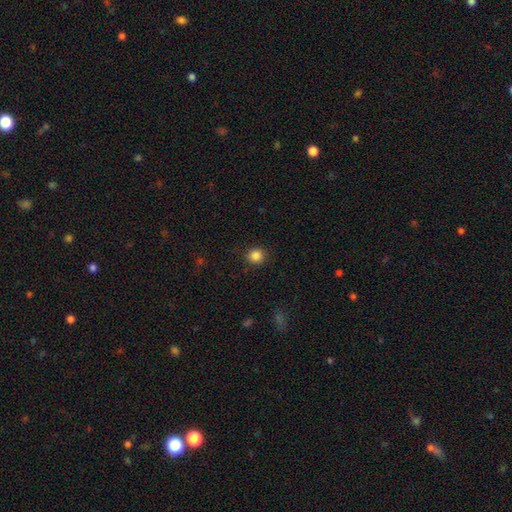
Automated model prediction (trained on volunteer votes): Smooth or featured? smooth (85%)
How rounded? round (89%)
Merging? none (90%)